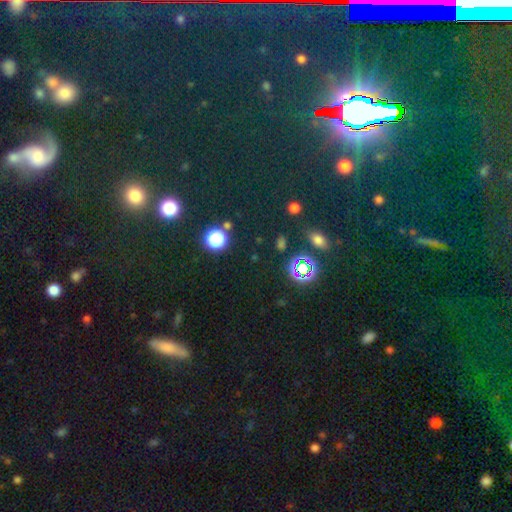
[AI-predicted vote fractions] Overall: star or artifact (72%).